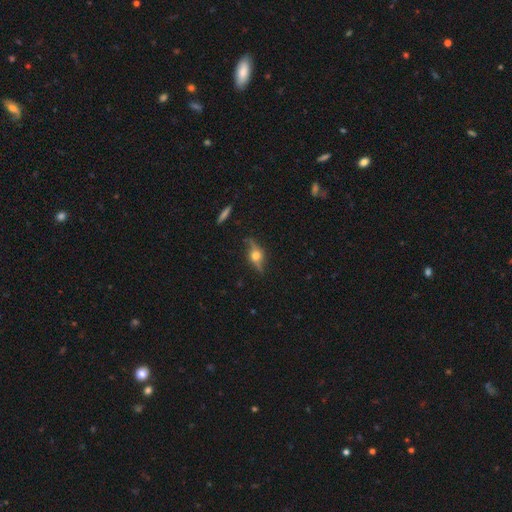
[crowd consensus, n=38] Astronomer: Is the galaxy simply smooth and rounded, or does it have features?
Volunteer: featured or disk — 76%.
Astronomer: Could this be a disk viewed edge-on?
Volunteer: yes — 97%.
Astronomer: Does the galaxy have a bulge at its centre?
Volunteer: rounded — 96%.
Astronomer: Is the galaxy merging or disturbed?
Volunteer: none — 80%.